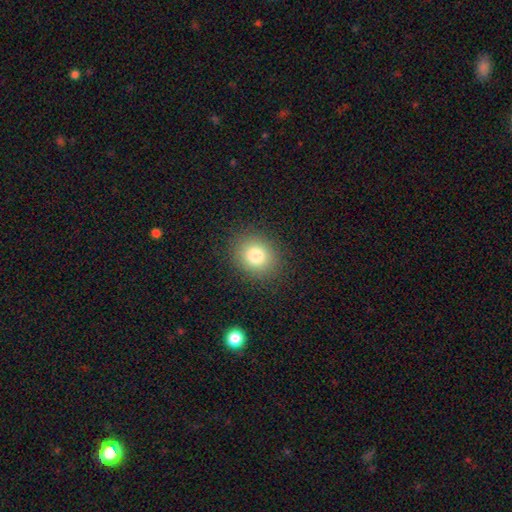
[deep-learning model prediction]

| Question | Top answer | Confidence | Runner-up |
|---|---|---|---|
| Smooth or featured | smooth | 81% | star or artifact (11%) |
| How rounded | round | 73% | in between (26%) |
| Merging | none | 88% | minor disturbance (8%) |